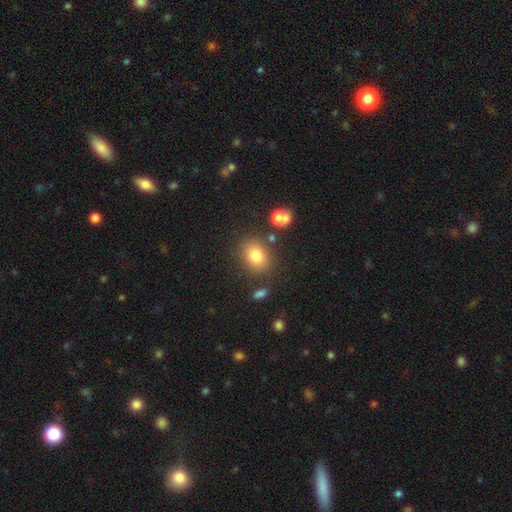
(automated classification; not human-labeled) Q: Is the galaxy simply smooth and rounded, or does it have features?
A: smooth — 80%.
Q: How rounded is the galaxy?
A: in between — 54%.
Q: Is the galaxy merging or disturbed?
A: none — 78%.